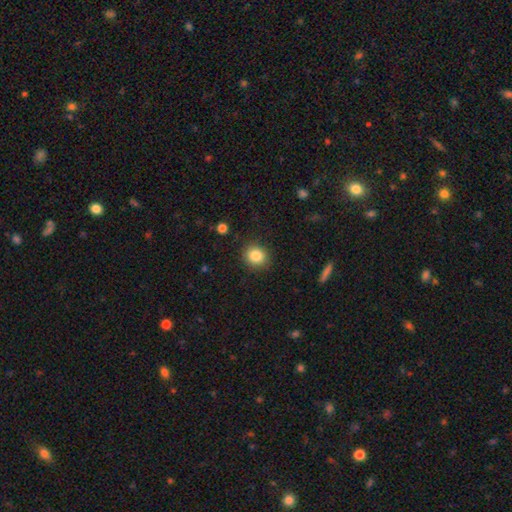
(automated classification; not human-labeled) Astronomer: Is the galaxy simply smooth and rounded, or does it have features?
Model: smooth — 85%.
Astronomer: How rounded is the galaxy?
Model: round — 82%.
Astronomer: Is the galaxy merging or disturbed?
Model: none — 88%.